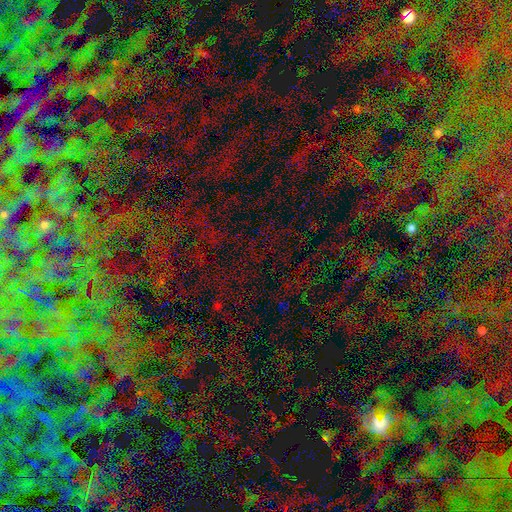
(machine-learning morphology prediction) Smooth or featured: star or artifact — 71% (smooth — 20%)